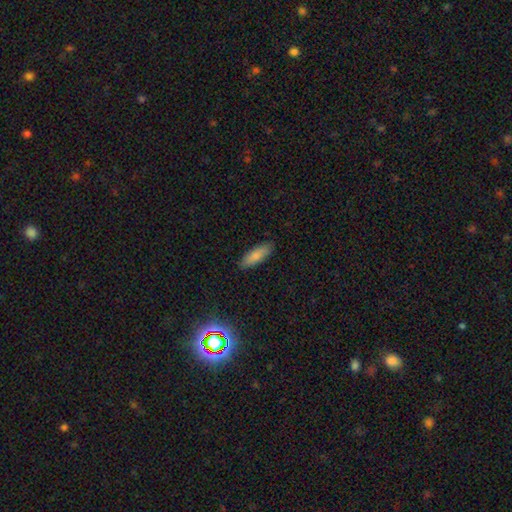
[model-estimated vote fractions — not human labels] Overall: smooth (84%). How rounded: in between (57%; cigar-shaped 41%). Merging: none (88%).